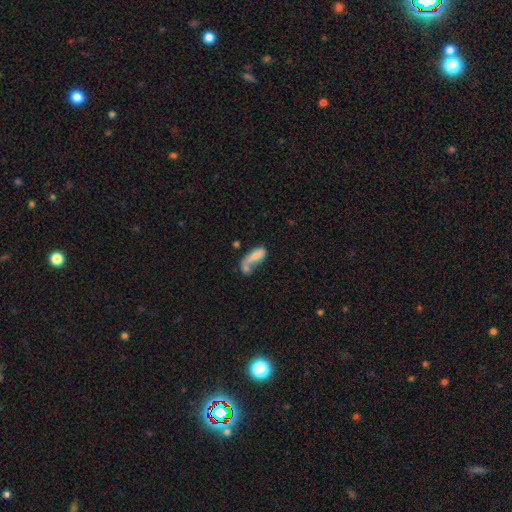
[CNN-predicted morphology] The model was most divided on "merging": merger: 47%, none: 20%, major disturbance: 18%, minor disturbance: 14%. More confident: how rounded — in between (73%); smooth or featured — smooth (70%).